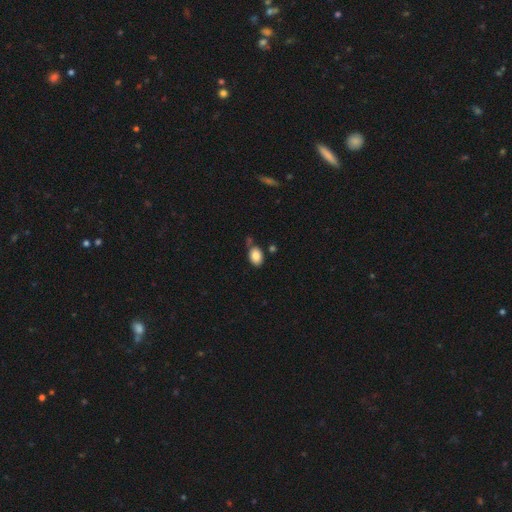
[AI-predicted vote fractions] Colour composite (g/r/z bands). It shows a smooth galaxy with no disk features (84%) that is in between round and cigar-shaped (80%). Merging: none (68%).